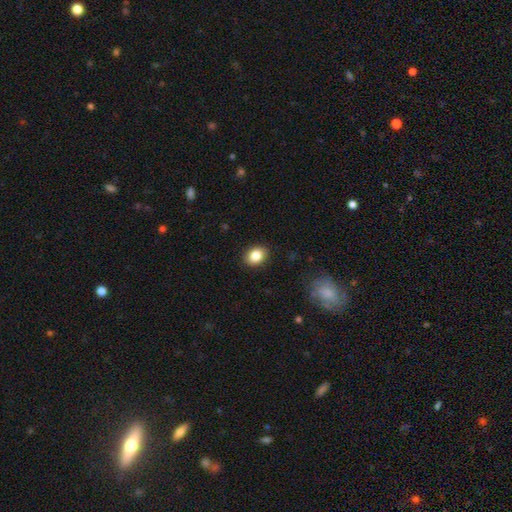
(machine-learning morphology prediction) A smooth galaxy with no disk features (85%) that is in between round and cigar-shaped (61%).

Vote fractions:
- Smooth or featured? smooth: 85% / star or artifact: 8% / featured or disk: 6%
- How rounded? in between: 61% / round: 39% / cigar-shaped: 1%
- Merging? none: 88% / minor disturbance: 8% / major disturbance: 2% / merger: 1%